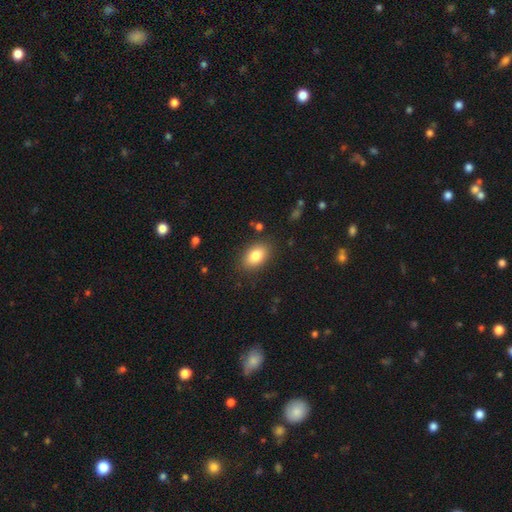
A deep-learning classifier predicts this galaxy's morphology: Smooth or featured?
  - smooth: 83% *
  - featured or disk: 9%
  - star or artifact: 8%
How rounded?
  - in between: 88% *
  - round: 10%
  - cigar-shaped: 2%
Merging?
  - none: 86% *
  - minor disturbance: 10%
  - major disturbance: 3%
  - merger: 1%